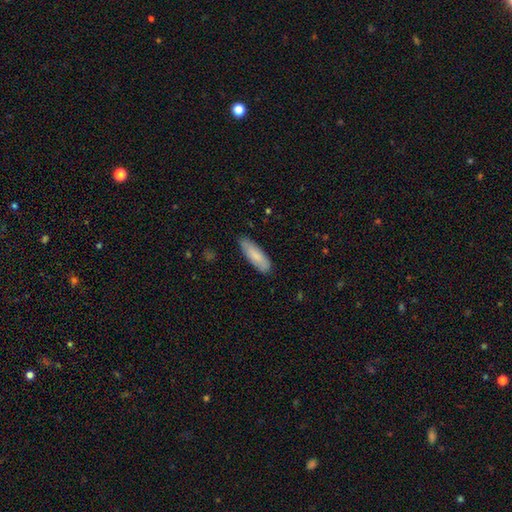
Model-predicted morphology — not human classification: Smooth or featured: smooth — 82% (featured or disk — 12%)
How rounded: in between — 52% (cigar-shaped — 47%)
Merging: none — 82% (minor disturbance — 15%)